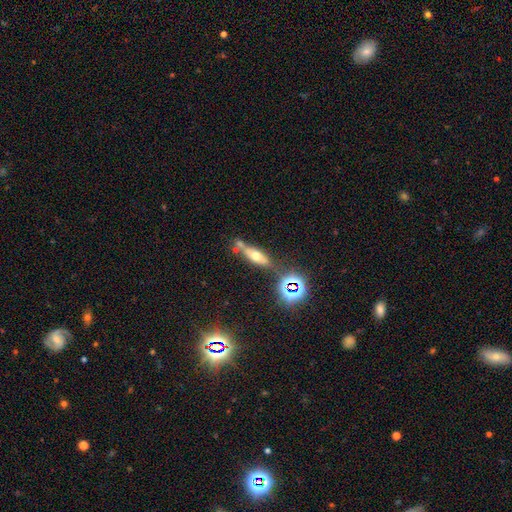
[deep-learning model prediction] Smooth or featured?
  - smooth: 44% *
  - featured or disk: 36%
  - star or artifact: 20%
Merging?
  - none: 56% *
  - merger: 20%
  - minor disturbance: 17%
  - major disturbance: 7%